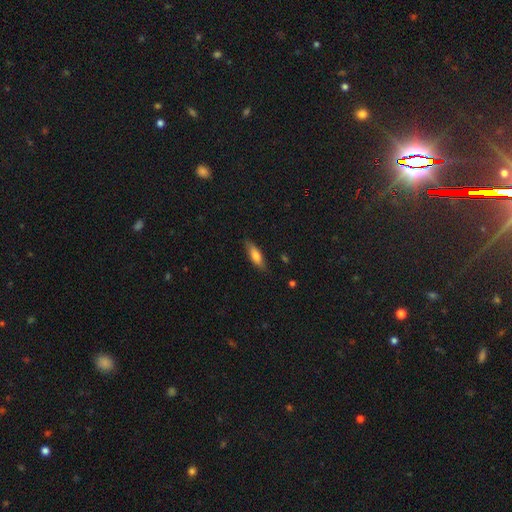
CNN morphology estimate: A smooth galaxy with no disk features (72%) that is in between round and cigar-shaped (51%). Merging: none (81%).